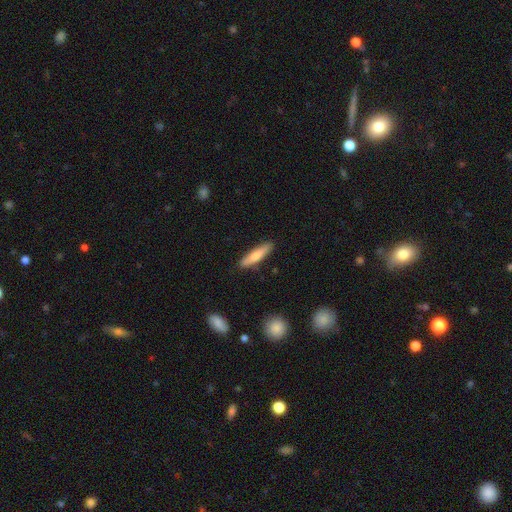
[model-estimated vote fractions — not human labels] This is likely a smooth galaxy (70%). How rounded: clearly cigar-shaped (80%). Merging: clearly none (88%).